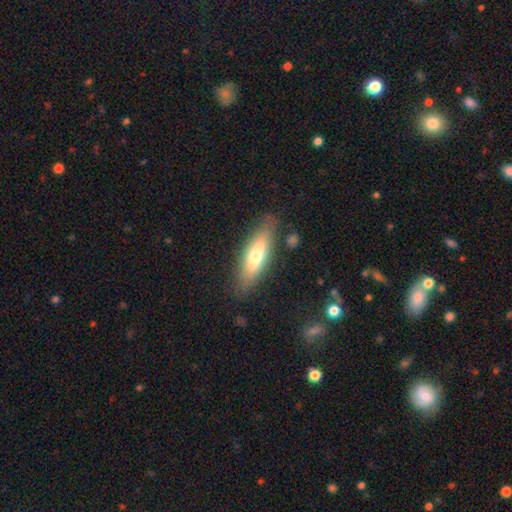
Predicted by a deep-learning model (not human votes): Smooth or featured: smooth — 58% (featured or disk — 35%)
How rounded: cigar-shaped — 52% (in between — 46%)
Merging: none — 82% (minor disturbance — 12%)